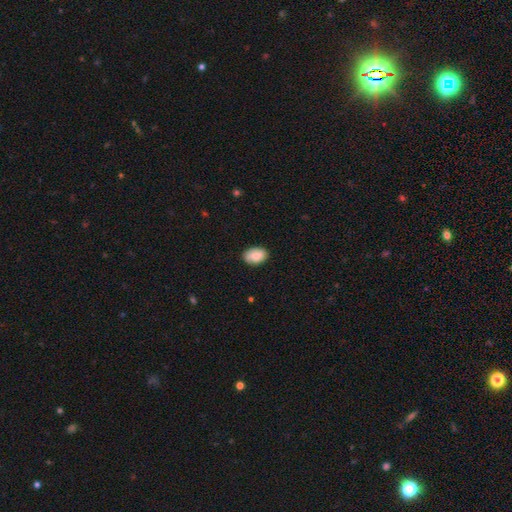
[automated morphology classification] Smooth or featured? smooth (83%)
How rounded? in between (88%)
Merging? none (83%)